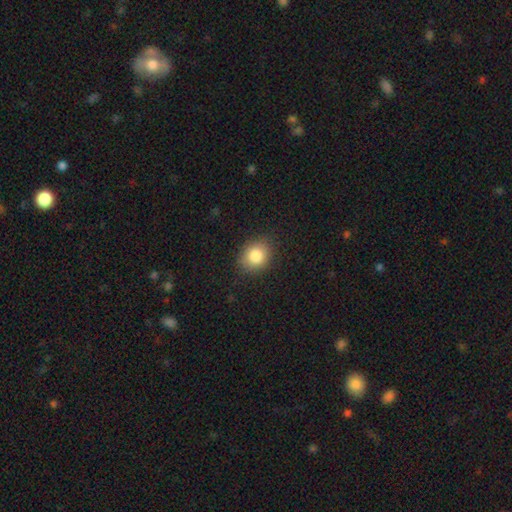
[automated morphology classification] Smooth or featured? Predicted: smooth (p=0.84). How rounded? Predicted: round (p=0.55). Merging? Predicted: none (p=0.85).